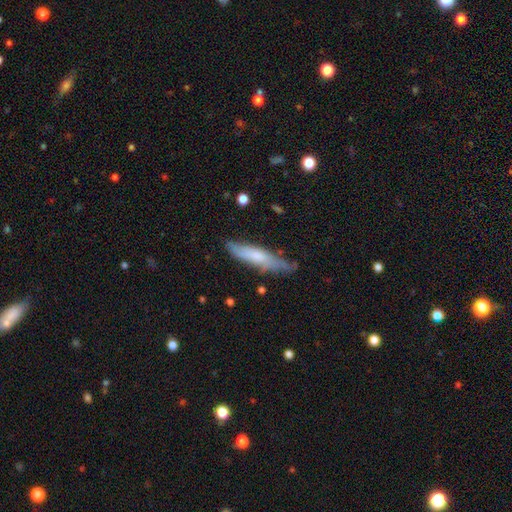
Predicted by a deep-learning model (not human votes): Smooth or featured: smooth — 59% (featured or disk — 35%)
How rounded: cigar-shaped — 79% (in between — 19%)
Merging: none — 67% (minor disturbance — 25%)